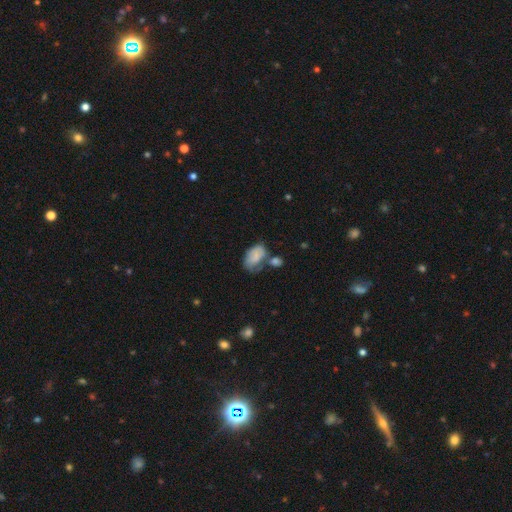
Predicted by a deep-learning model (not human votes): A smooth galaxy with no disk features (72%) that is in between round and cigar-shaped (91%). Merging: none (34%).